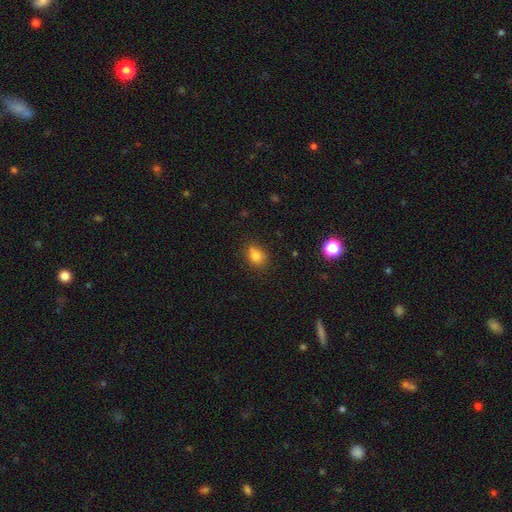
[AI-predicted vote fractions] smooth_or_featured: smooth (p=0.80) [alt: star or artifact p=0.12]
how_rounded: in between (p=0.55) [alt: round p=0.43]
merging: none (p=0.74) [alt: minor disturbance p=0.18]